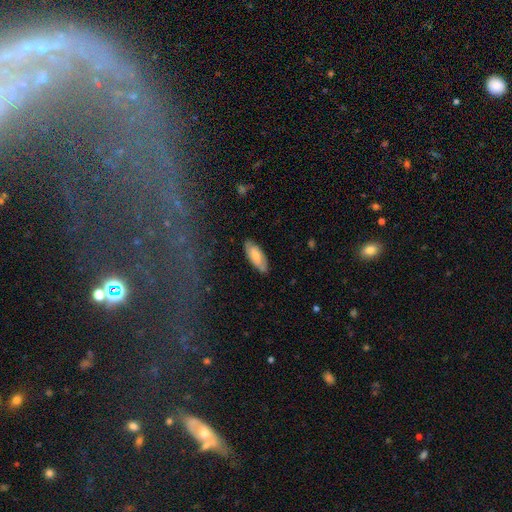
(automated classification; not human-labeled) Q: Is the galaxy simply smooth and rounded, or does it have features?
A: smooth — 56%.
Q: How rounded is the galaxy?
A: in between — 82%.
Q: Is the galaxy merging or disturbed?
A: none — 83%.